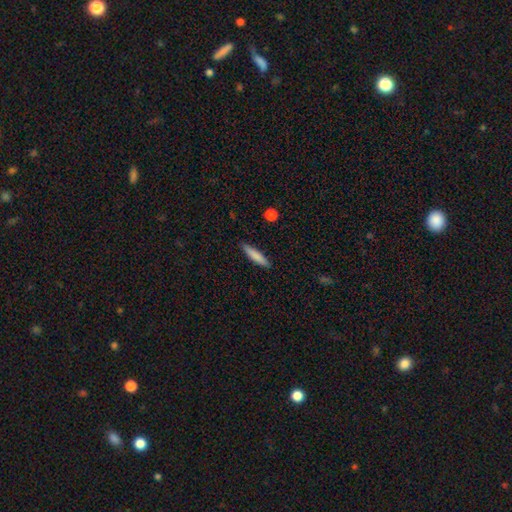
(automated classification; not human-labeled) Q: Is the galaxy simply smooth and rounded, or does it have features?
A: smooth — 81%.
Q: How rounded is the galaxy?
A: cigar-shaped — 86%.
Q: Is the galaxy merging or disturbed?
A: none — 89%.